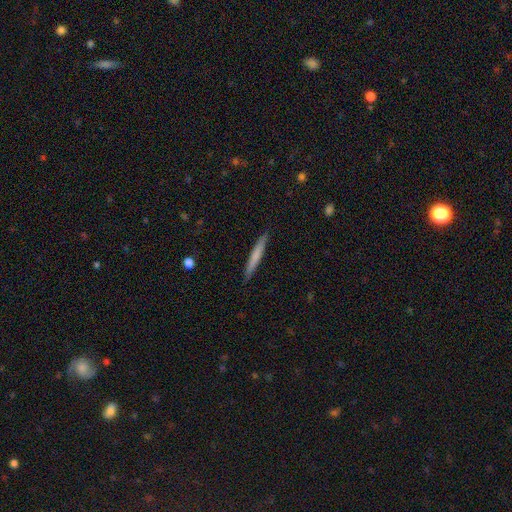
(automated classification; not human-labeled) A smooth galaxy with no disk features (67%) that is cigar-shaped (96%).

Vote fractions:
- Smooth or featured? smooth: 67% / featured or disk: 27% / star or artifact: 5%
- How rounded? cigar-shaped: 96% / in between: 3% / round: 1%
- Merging? none: 91% / minor disturbance: 7% / major disturbance: 1% / merger: 1%